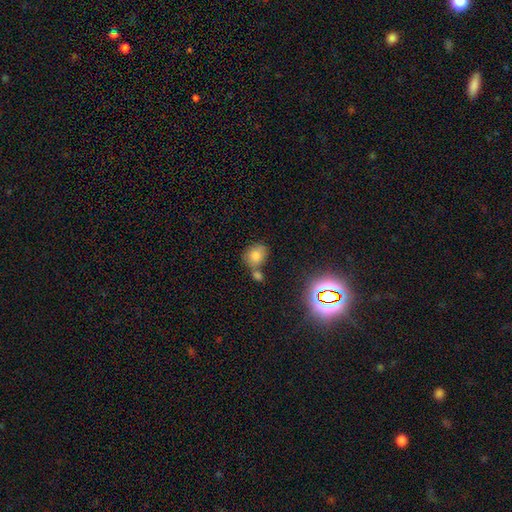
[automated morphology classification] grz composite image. It shows a smooth galaxy with no disk features (76%) that is round (55%). Merging: none (52%).